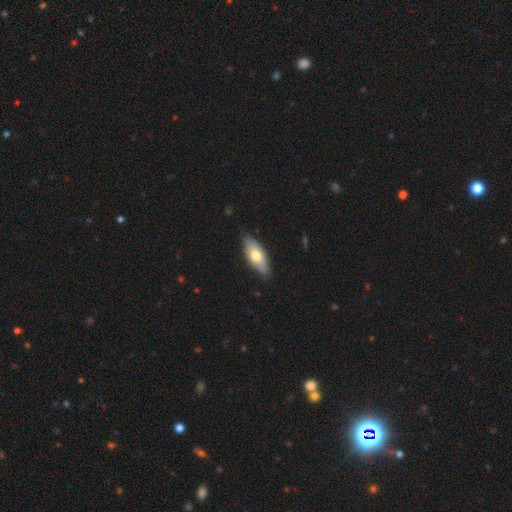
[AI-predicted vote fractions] Smooth or featured?
  - smooth: 67% *
  - featured or disk: 27%
  - star or artifact: 6%
How rounded?
  - in between: 78% *
  - cigar-shaped: 20%
  - round: 2%
Merging?
  - none: 85% *
  - minor disturbance: 12%
  - major disturbance: 2%
  - merger: 1%